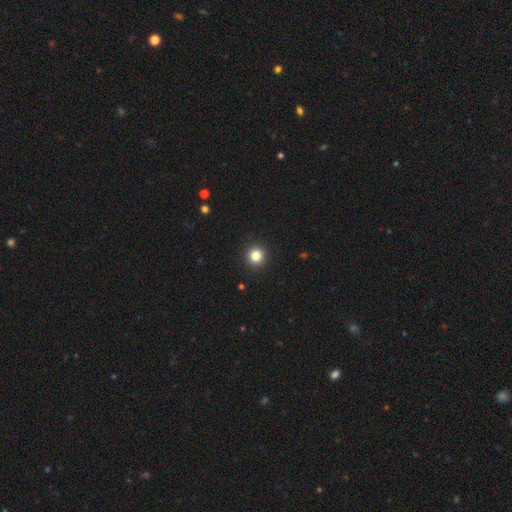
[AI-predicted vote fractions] Q: Smooth or featured?
A: smooth (83%); runner-up: star or artifact (12%)
Q: How rounded?
A: round (95%); runner-up: in between (4%)
Q: Merging?
A: none (93%); runner-up: minor disturbance (4%)